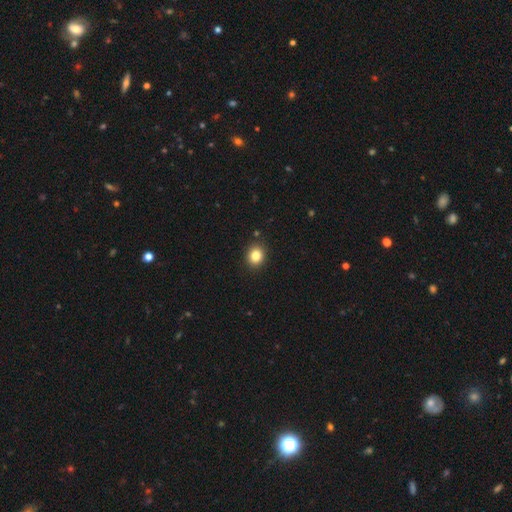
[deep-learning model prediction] This appears to be a smooth galaxy with no disk features (84%) that is round (67%). Merging: none (89%).